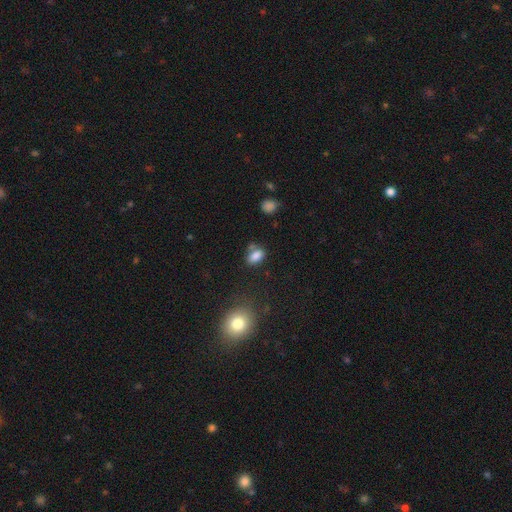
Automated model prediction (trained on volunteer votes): Smooth or featured? smooth (83%)
How rounded? in between (85%)
Merging? none (63%)